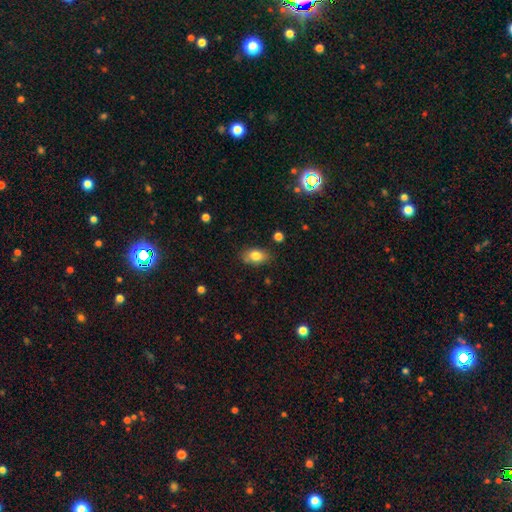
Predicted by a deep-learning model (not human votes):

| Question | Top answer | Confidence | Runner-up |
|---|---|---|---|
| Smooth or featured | smooth | 82% | featured or disk (10%) |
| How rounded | in between | 87% | round (12%) |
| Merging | none | 81% | minor disturbance (15%) |